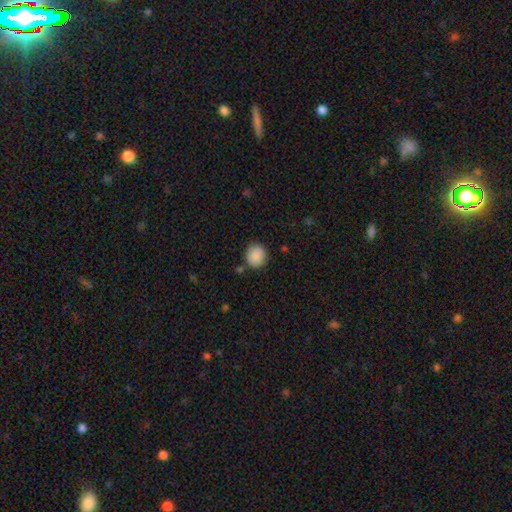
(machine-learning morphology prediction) smooth-or-featured: smooth: 89% | star or artifact: 8% | featured or disk: 3%
  how-rounded: round: 83% | in between: 16% | cigar-shaped: 1%
  merging: none: 84% | minor disturbance: 10% | merger: 3% | major disturbance: 3%